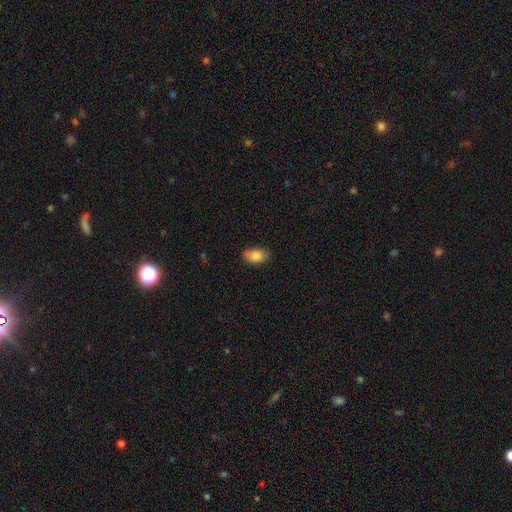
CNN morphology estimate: smooth 85%, featured or disk 7%, star or artifact 7%. Down the decision tree: how rounded — in between (90%); merging — none (78%).